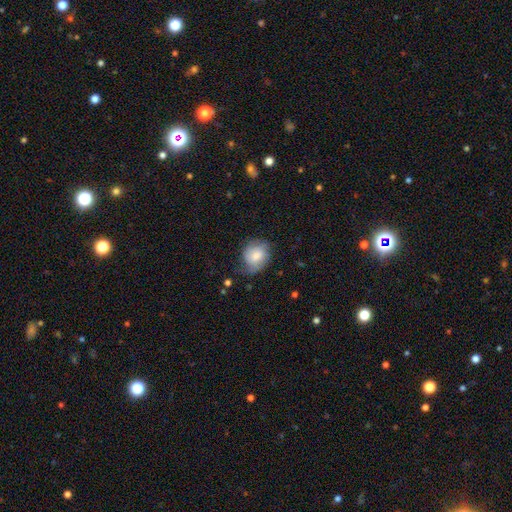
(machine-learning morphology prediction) Smooth or featured?
  - smooth: 69% *
  - featured or disk: 24%
  - star or artifact: 7%
How rounded?
  - round: 64% *
  - in between: 35%
  - cigar-shaped: 1%
Merging?
  - none: 57% *
  - minor disturbance: 31%
  - major disturbance: 10%
  - merger: 2%